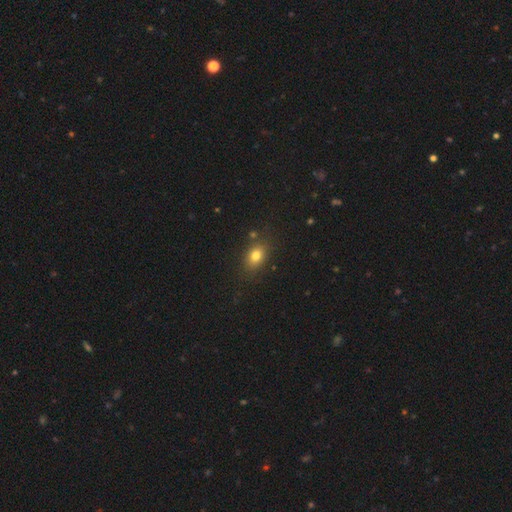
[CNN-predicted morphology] A smooth galaxy with no disk features (79%) that is in between round and cigar-shaped (68%). Merging: none (80%).